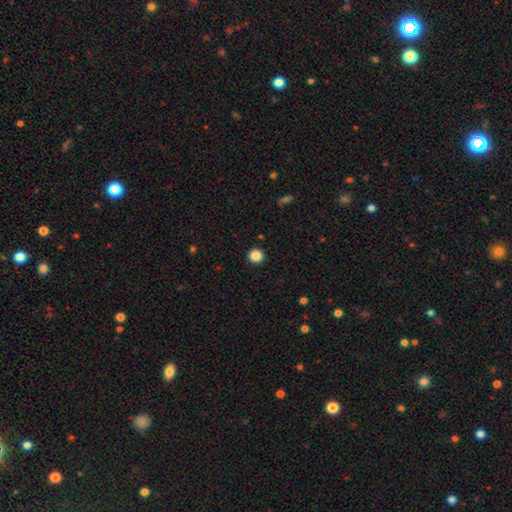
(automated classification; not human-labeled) This is clearly a smooth galaxy (86%). How rounded: clearly round (96%). Merging: clearly none (93%).